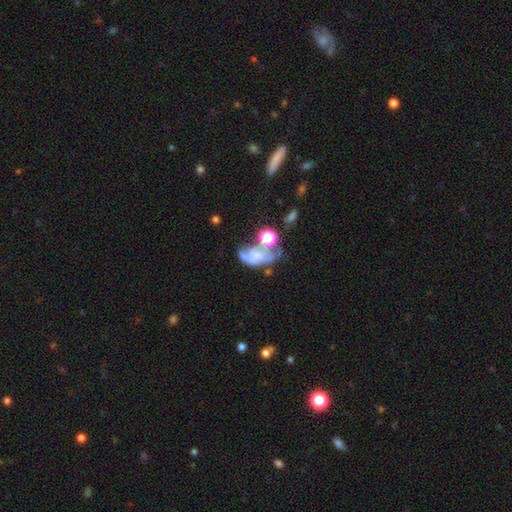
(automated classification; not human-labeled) smooth-or-featured: featured or disk: 52% | smooth: 32% | star or artifact: 16%
  disk-edge-on: no: 97% | yes: 3%
    bar: no: 86% | weak: 10% | strong: 3%
    has-spiral-arms: no: 68% | yes: 32%
    bulge-size: none: 56% | small: 24% | moderate: 13% | large: 5% | dominant: 3%
  merging: major disturbance: 32% | merger: 29% | none: 21% | minor disturbance: 18%